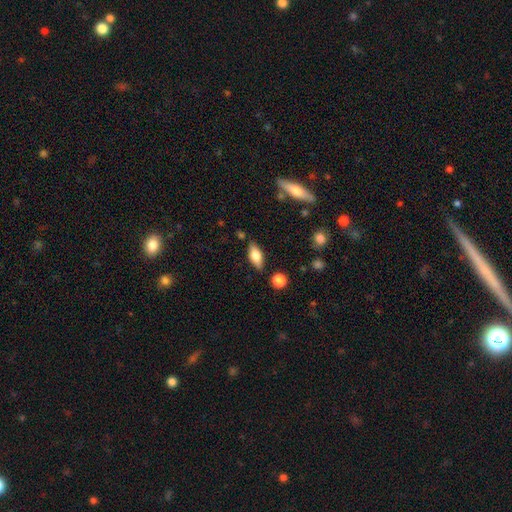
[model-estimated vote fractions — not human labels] Smooth or featured? Predicted: smooth (p=0.61). How rounded? Predicted: in between (p=0.78). Merging? Predicted: none (p=0.82).